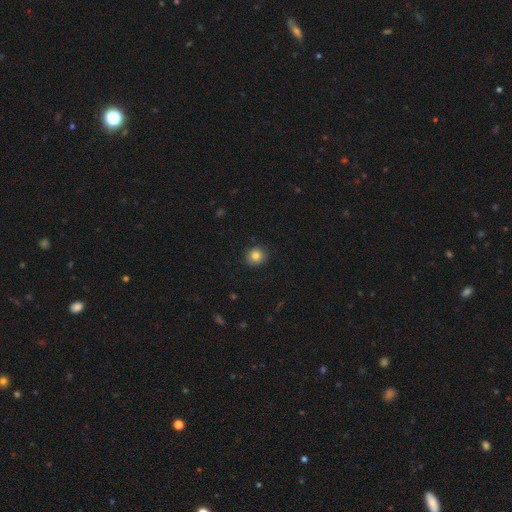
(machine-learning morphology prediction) smooth_or_featured: smooth (p=0.82) [alt: star or artifact p=0.11]
how_rounded: round (p=0.85) [alt: in between p=0.14]
merging: none (p=0.89) [alt: minor disturbance p=0.08]